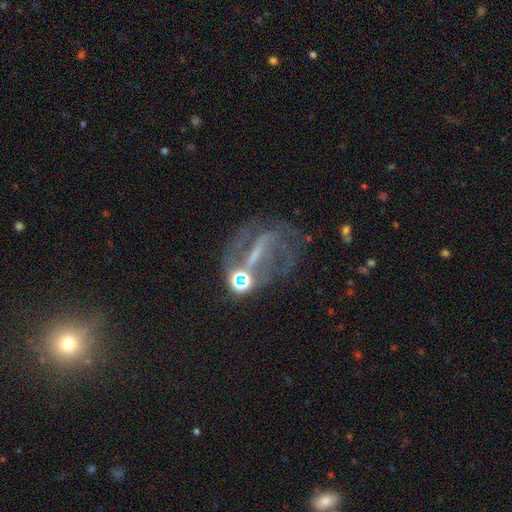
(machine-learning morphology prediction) A featured or disk galaxy (66%) with a strong bar (49%), spiral arms (68%) and a small central bulge (45%).

Vote fractions:
- Smooth or featured? featured or disk: 66% / star or artifact: 20% / smooth: 14%
- Edge-on disk? no: 93% / yes: 7%
- Bar? strong: 49% / weak: 31% / no: 20%
- Spiral arms? yes: 68% / no: 32%
- Bulge size? small: 45% / none: 34% / moderate: 17% / large: 3% / dominant: 2%
- Merging? none: 43% / major disturbance: 27% / minor disturbance: 17% / merger: 13%